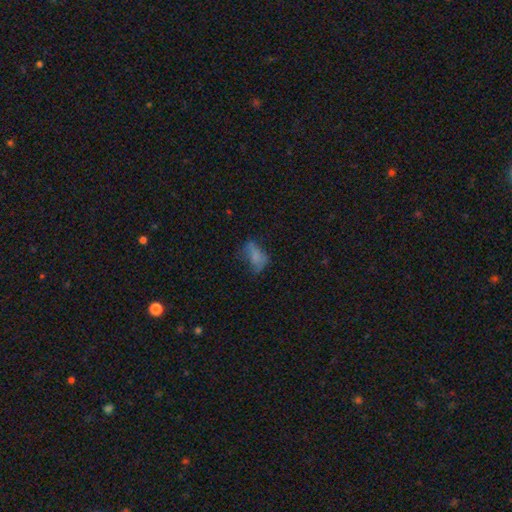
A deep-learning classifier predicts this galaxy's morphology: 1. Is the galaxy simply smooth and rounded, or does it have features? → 56% smooth, 27% featured or disk, 17% star or artifact.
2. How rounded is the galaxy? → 85% in between, 9% round, 6% cigar-shaped.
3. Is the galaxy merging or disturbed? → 36% none, 33% major disturbance, 26% minor disturbance, 5% merger.